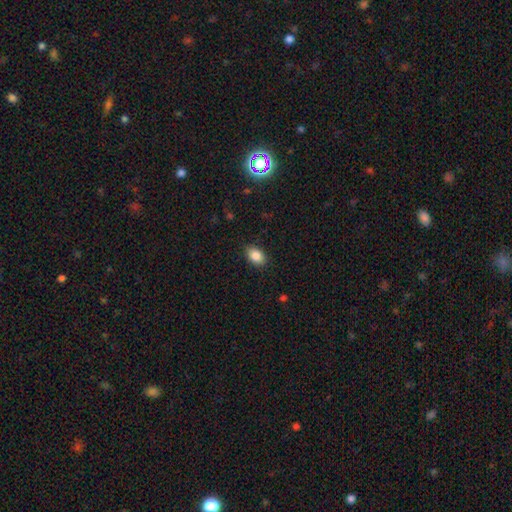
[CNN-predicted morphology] The model was most divided on "how rounded": in between: 81%, round: 18%, cigar-shaped: 1%. More confident: smooth or featured — smooth (87%); merging — none (87%).